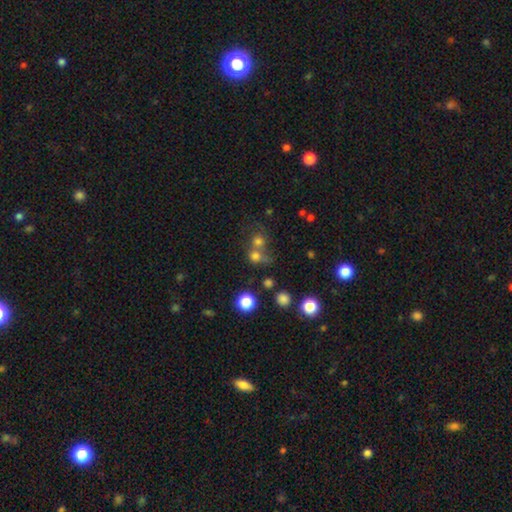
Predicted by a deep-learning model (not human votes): Smooth or featured? smooth (70%)
How rounded? round (85%)
Merging? none (44%)